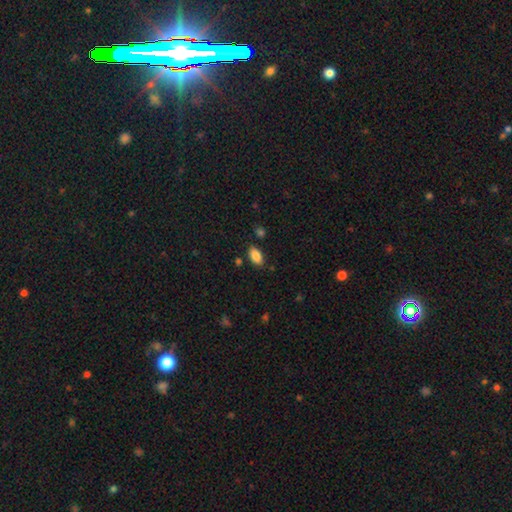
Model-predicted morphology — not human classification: A smooth galaxy with no disk features (87%) that is in between round and cigar-shaped (92%). Merging: none (83%).